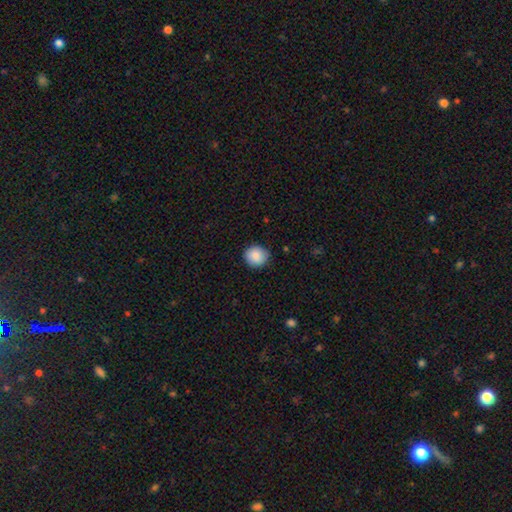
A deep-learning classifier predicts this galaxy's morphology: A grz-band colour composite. It shows a smooth galaxy with no disk features (88%) that is round (91%). Merging: none (87%).